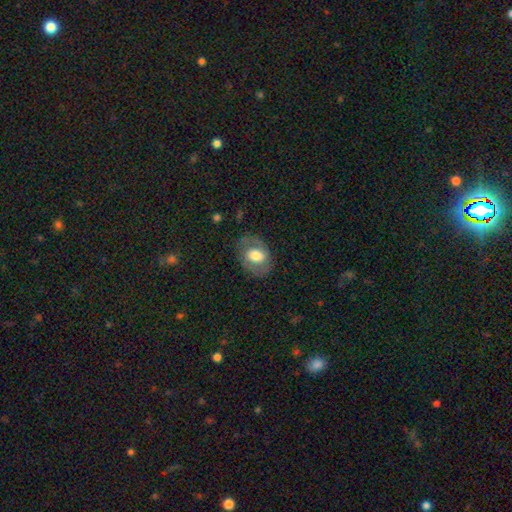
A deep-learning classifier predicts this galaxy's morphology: smooth_or_featured: smooth (p=0.53) [alt: featured or disk p=0.39]
how_rounded: in between (p=0.67) [alt: round p=0.32]
merging: none (p=0.74) [alt: minor disturbance p=0.16]